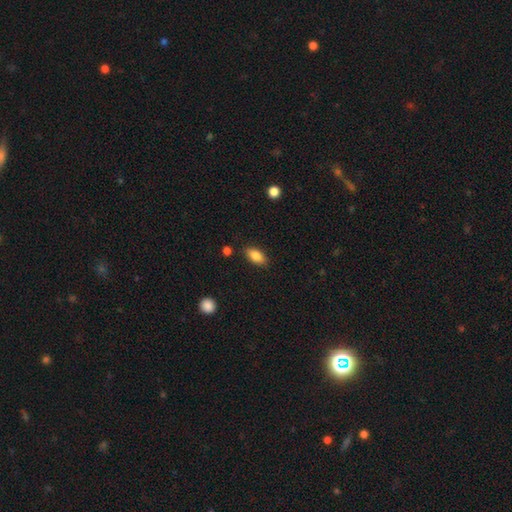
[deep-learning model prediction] Overall: smooth (84%). How rounded: in between (88%). Merging: none (84%).